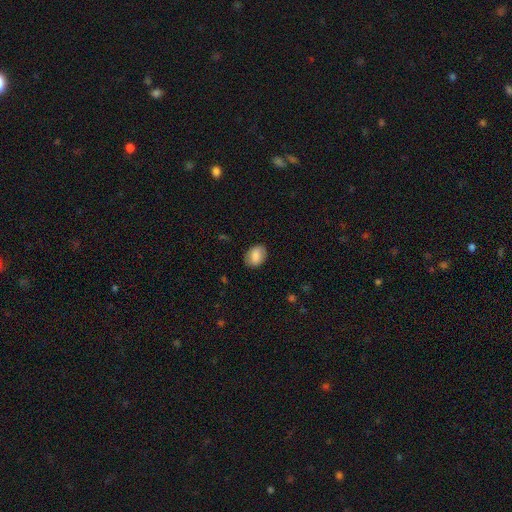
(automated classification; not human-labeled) Smooth or featured? Predicted: smooth (p=0.83). How rounded? Predicted: in between (p=0.75). Merging? Predicted: none (p=0.84).